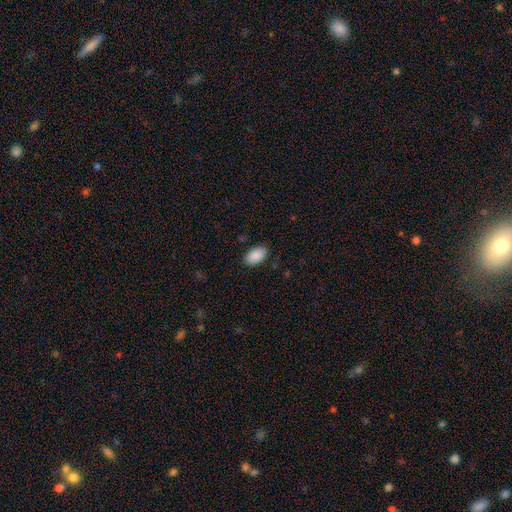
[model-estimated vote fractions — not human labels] This is clearly a smooth galaxy (90%). How rounded: clearly in between (94%). Merging: clearly none (86%).